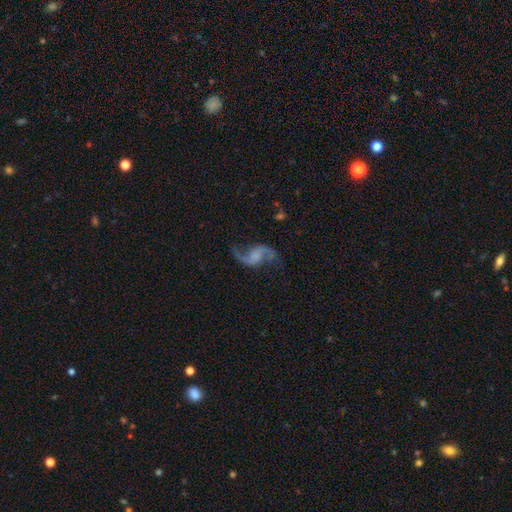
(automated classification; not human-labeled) This is clearly a featured or disk galaxy (89%). It is clearly not viewed edge-on (98%). Bar: possibly no (52%). Spiral arm pattern: clearly yes (97%). Spiral arm count: clearly 2 (94%). Spiral winding: clearly loose (81%). Central bulge: possibly none (51%). Merging: likely none (76%).